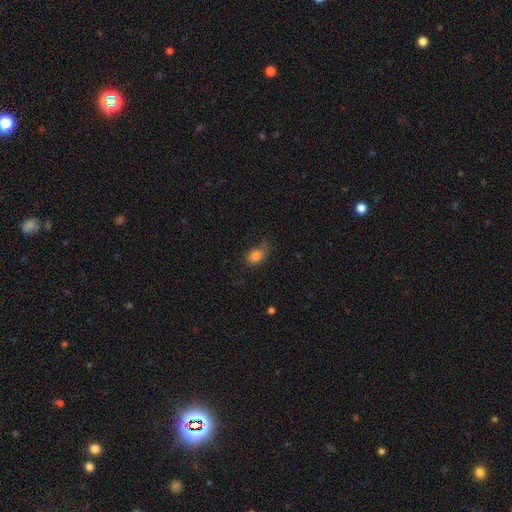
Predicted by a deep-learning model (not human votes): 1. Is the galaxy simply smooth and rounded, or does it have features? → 83% smooth, 11% star or artifact, 6% featured or disk.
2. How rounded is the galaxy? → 71% in between, 27% round, 2% cigar-shaped.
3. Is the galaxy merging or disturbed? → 55% none, 31% minor disturbance, 11% major disturbance, 3% merger.